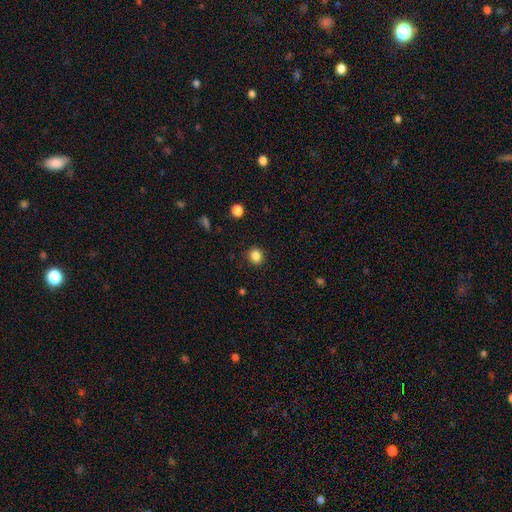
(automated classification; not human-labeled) Morphology: type=smooth (85%); roundness=round (83%); merging=none (90%).